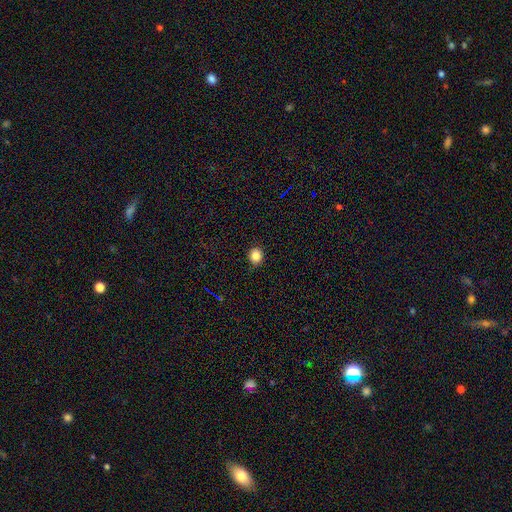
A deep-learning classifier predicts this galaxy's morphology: smooth_or_featured: smooth (p=0.85) [alt: star or artifact p=0.11]
how_rounded: round (p=0.75) [alt: in between p=0.24]
merging: none (p=0.88) [alt: minor disturbance p=0.08]